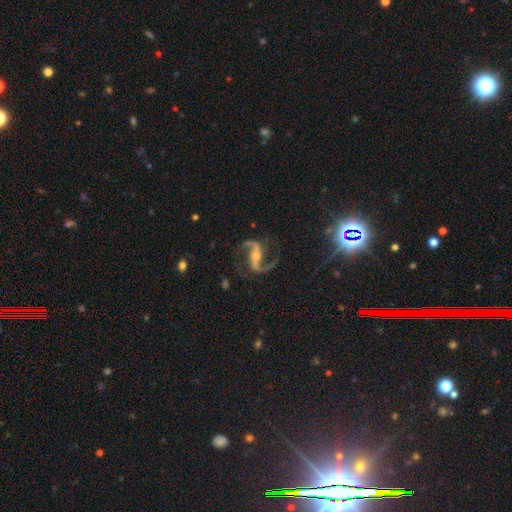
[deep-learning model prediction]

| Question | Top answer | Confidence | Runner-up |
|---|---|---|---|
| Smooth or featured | featured or disk | 91% | star or artifact (6%) |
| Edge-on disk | no | 97% | yes (3%) |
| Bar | strong | 51% | weak (29%) |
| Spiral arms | yes | 98% | no (2%) |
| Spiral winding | loose | 52% | medium (41%) |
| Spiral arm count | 2 | 94% | 1 (1%) |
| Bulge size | small | 47% | moderate (45%) |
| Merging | none | 79% | minor disturbance (12%) |